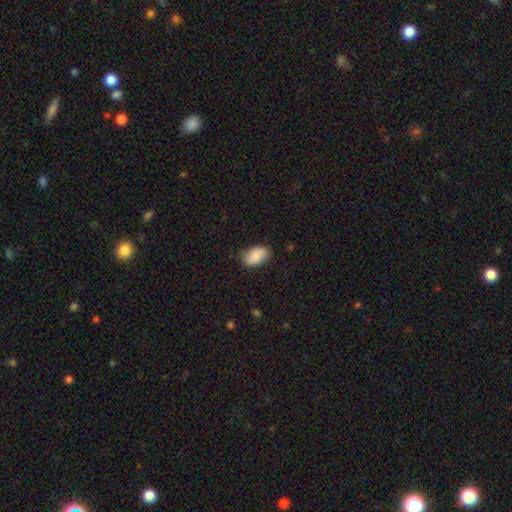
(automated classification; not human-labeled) smooth 84%, featured or disk 10%, star or artifact 7%. Down the decision tree: how rounded — in between (92%); merging — none (78%).